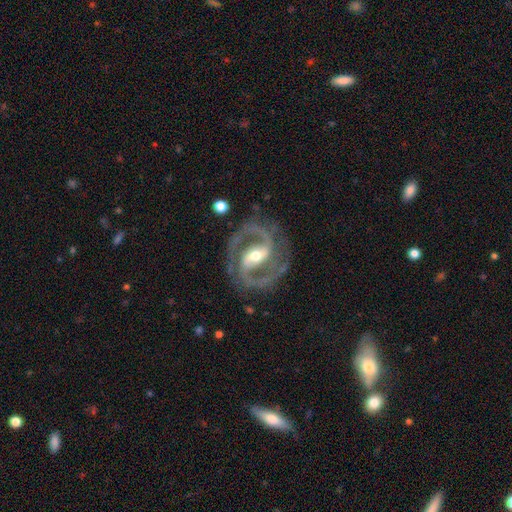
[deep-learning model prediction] featured or disk 93%, star or artifact 4%, smooth 3%. Down the decision tree: edge-on disk — no (98%); bar — strong (53%); spiral arms — yes (98%); spiral arm count — 2 (93%); spiral winding — medium (64%); bulge size — moderate (64%); merging — none (81%).